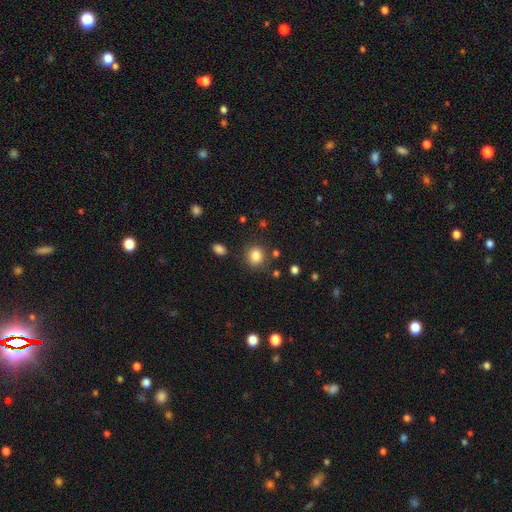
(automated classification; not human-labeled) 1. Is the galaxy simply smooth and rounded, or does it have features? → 84% smooth, 11% star or artifact, 5% featured or disk.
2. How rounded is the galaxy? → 80% round, 20% in between, 1% cigar-shaped.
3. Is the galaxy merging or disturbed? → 84% none, 9% minor disturbance, 4% merger, 3% major disturbance.